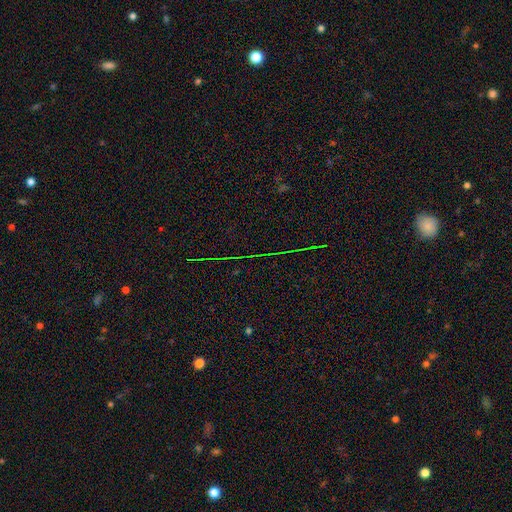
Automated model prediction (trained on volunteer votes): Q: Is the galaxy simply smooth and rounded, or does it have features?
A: star or artifact — 77%.